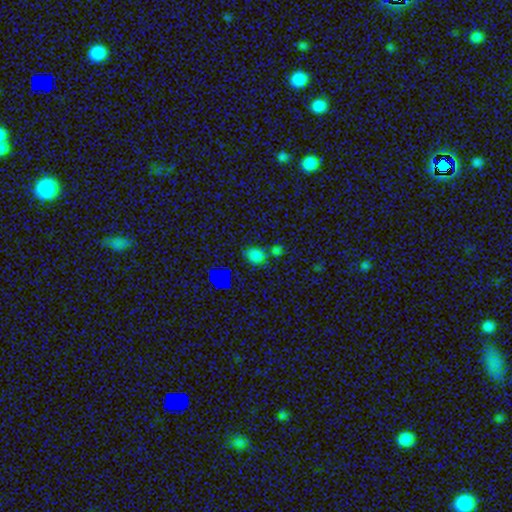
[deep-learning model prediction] smooth_or_featured: smooth (p=0.65) [alt: star or artifact p=0.28]
how_rounded: round (p=0.67) [alt: in between p=0.31]
merging: none (p=0.74) [alt: minor disturbance p=0.13]